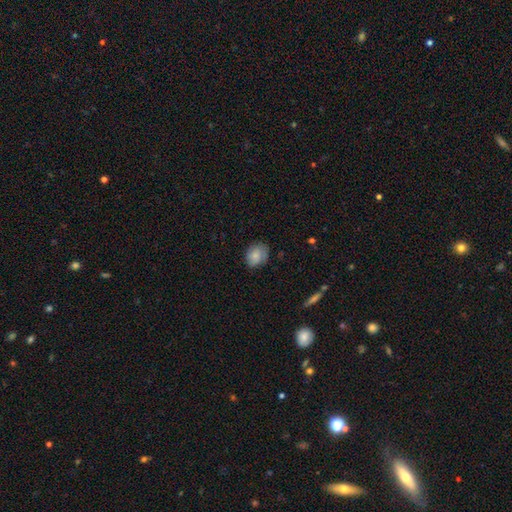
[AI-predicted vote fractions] Morphology: type=smooth (75%); roundness=in between (54%); merging=none (72%).